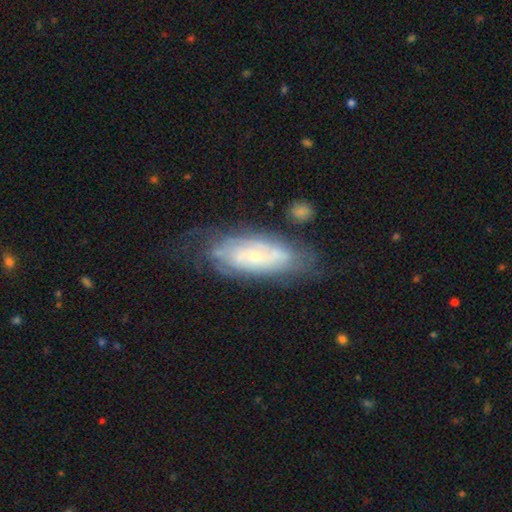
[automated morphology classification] The model was most divided on "spiral arm count": can't tell: 56%, 2: 22%, 3: 9%, 4: 6%, more than 4: 3%, 1: 3%. More confident: edge-on disk — no (89%); spiral arms — yes (83%); smooth or featured — featured or disk (73%); bar — no (72%); bulge size — small (71%); spiral winding — tight (66%); merging — none (62%).